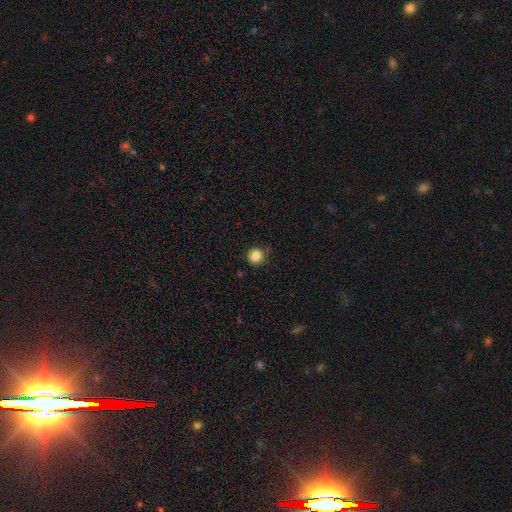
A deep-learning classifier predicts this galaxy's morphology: type=smooth (85%); roundness=round (87%); merging=none (79%).